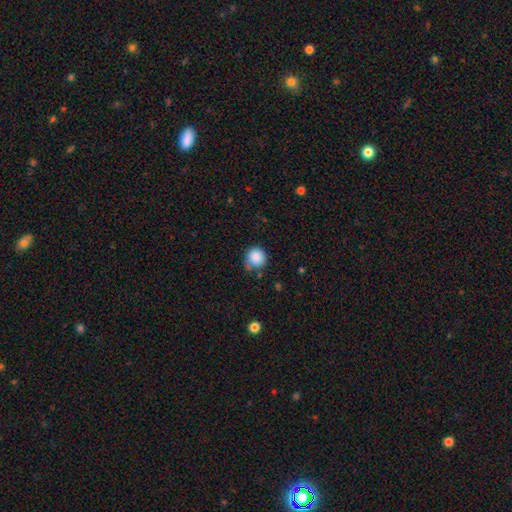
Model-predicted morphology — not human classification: This appears to be a smooth galaxy with no disk features (86%) that is round (92%). Merging: none (69%).